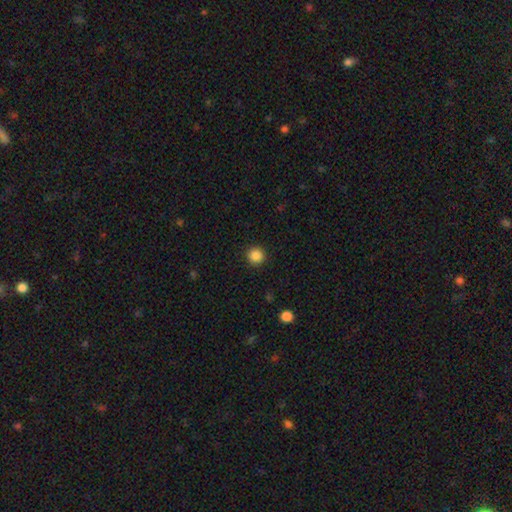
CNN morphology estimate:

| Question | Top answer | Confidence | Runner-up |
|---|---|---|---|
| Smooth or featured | smooth | 86% | star or artifact (11%) |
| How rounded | round | 95% | in between (4%) |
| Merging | none | 93% | minor disturbance (4%) |